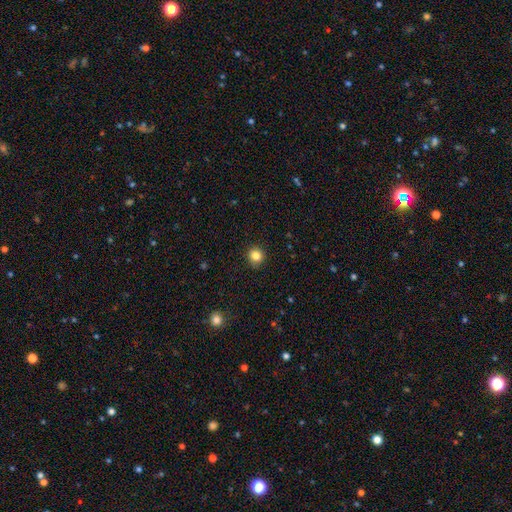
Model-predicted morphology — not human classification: smooth_or_featured: smooth (p=0.84) [alt: star or artifact p=0.11]
how_rounded: round (p=0.90) [alt: in between p=0.10]
merging: none (p=0.90) [alt: minor disturbance p=0.07]